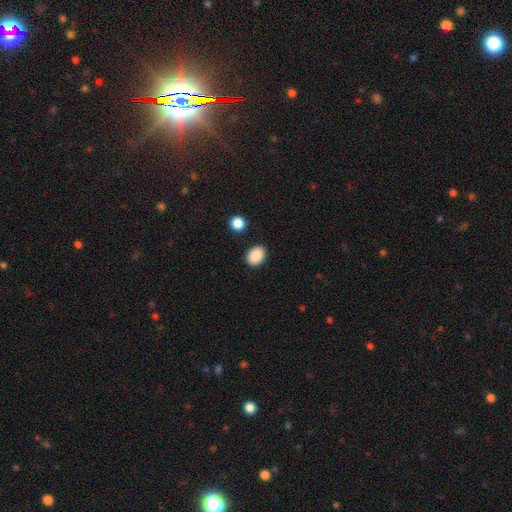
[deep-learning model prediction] Smooth or featured: smooth — 89% (star or artifact — 8%)
How rounded: in between — 70% (round — 29%)
Merging: none — 87% (minor disturbance — 8%)